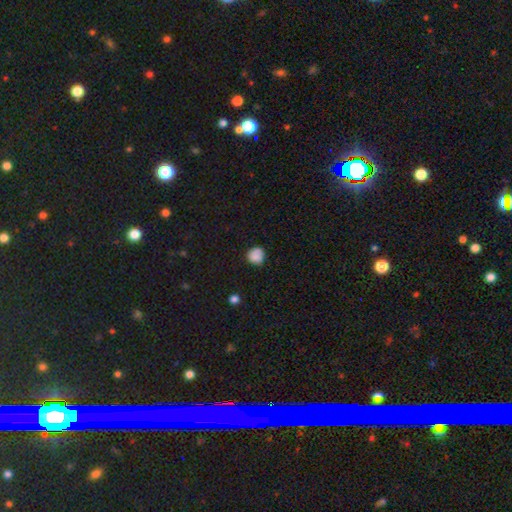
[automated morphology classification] smooth 86%, star or artifact 10%, featured or disk 5%. Down the decision tree: how rounded — round (86%); merging — none (74%).